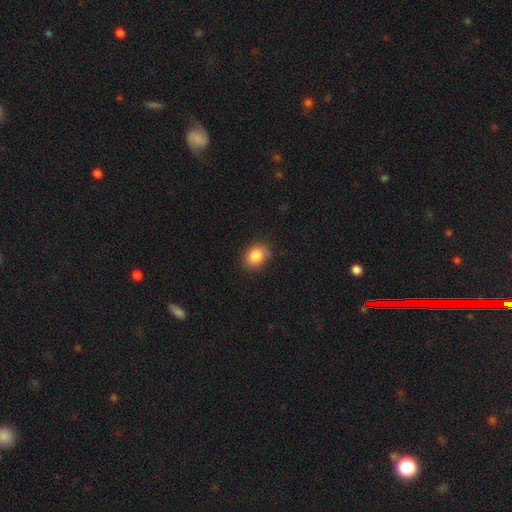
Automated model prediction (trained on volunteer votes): Smooth or featured? smooth (86%)
How rounded? in between (52%)
Merging? none (81%)